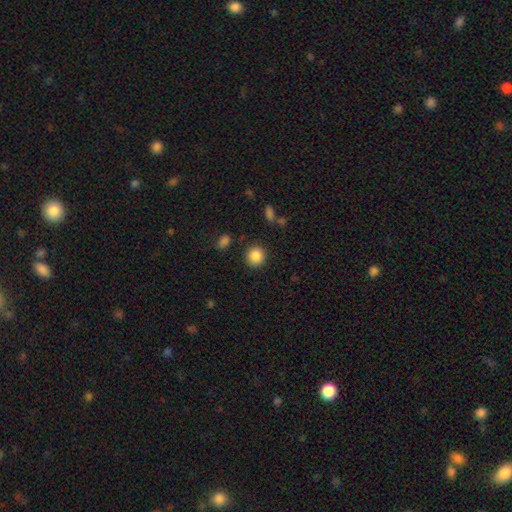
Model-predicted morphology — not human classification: Smooth or featured: smooth — 87% (star or artifact — 9%)
How rounded: round — 89% (in between — 10%)
Merging: none — 88% (minor disturbance — 7%)